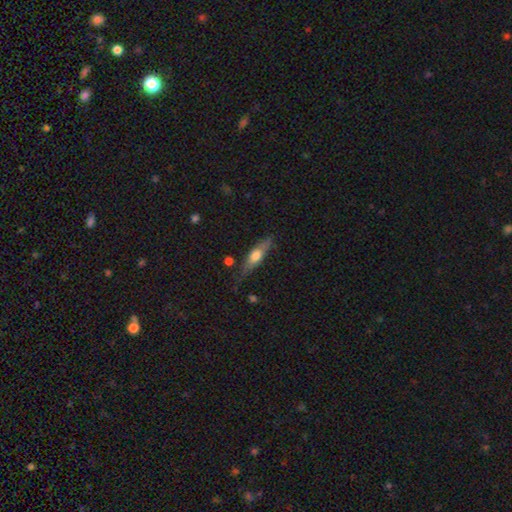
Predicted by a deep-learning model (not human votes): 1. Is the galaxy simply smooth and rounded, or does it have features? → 54% smooth, 40% featured or disk, 6% star or artifact.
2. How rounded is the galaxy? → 65% cigar-shaped, 32% in between, 3% round.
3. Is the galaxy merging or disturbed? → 69% none, 23% minor disturbance, 6% major disturbance, 3% merger.